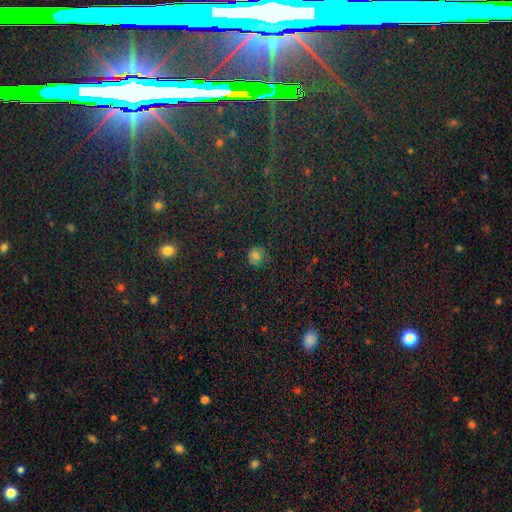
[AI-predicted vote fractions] smooth-or-featured: smooth: 65% | star or artifact: 25% | featured or disk: 10%
  how-rounded: round: 87% | in between: 12% | cigar-shaped: 1%
  merging: none: 77% | minor disturbance: 16% | major disturbance: 5% | merger: 2%